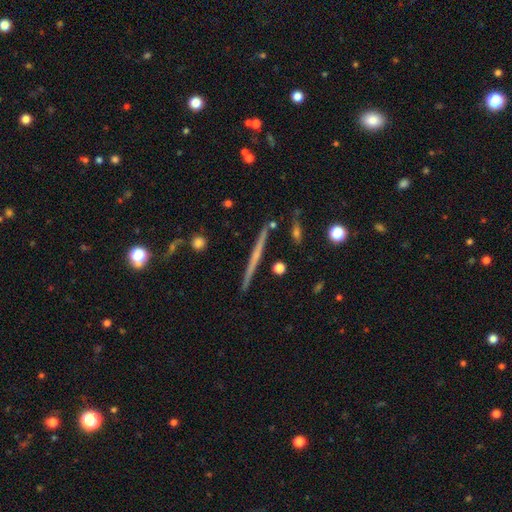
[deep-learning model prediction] Q: Smooth or featured?
A: featured or disk (70%); runner-up: smooth (23%)
Q: Edge-on disk?
A: yes (98%); runner-up: no (2%)
Q: Edge-on bulge?
A: none (65%); runner-up: rounded (29%)
Q: Merging?
A: none (91%); runner-up: minor disturbance (6%)